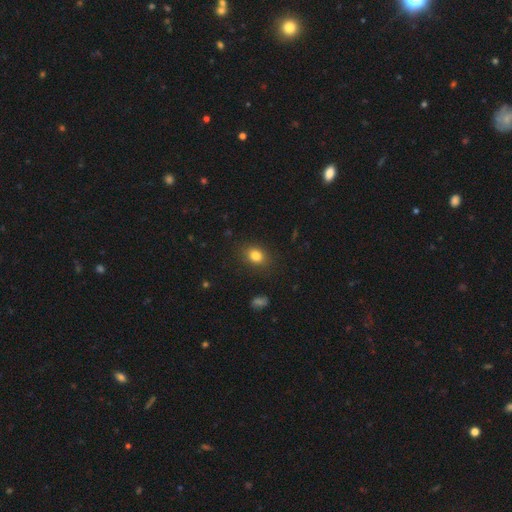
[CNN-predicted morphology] smooth-or-featured: smooth: 82% | star or artifact: 11% | featured or disk: 7%
  how-rounded: in between: 59% | round: 40% | cigar-shaped: 1%
  merging: none: 85% | minor disturbance: 11% | major disturbance: 3% | merger: 1%